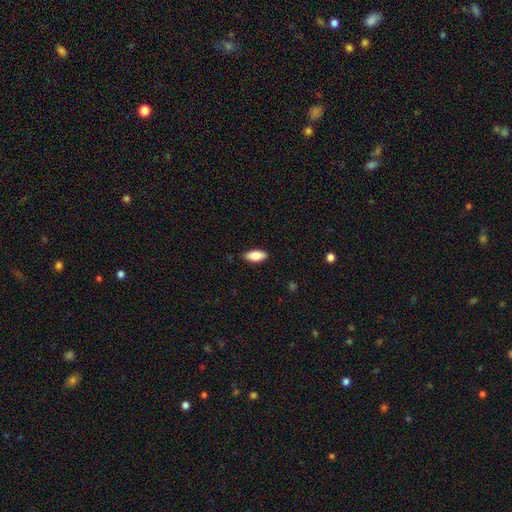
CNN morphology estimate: Smooth or featured: smooth — 83% (featured or disk — 11%)
How rounded: in between — 86% (cigar-shaped — 11%)
Merging: none — 85% (minor disturbance — 12%)